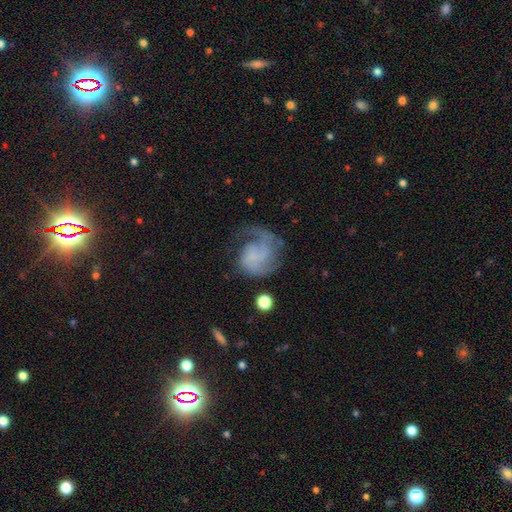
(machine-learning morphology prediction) Smooth or featured: featured or disk — 71% (smooth — 21%)
Edge-on disk: no — 98% (yes — 2%)
Bar: no — 71% (weak — 25%)
Spiral arms: yes — 91% (no — 9%)
Spiral winding: medium — 39% (loose — 33%)
Spiral arm count: 1 — 61% (2 — 27%)
Bulge size: none — 66% (small — 18%)
Merging: none — 47% (major disturbance — 30%)